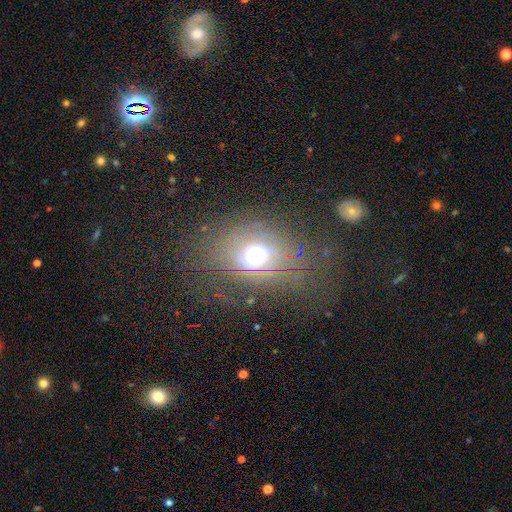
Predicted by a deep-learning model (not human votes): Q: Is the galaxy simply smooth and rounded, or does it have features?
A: smooth — 46%.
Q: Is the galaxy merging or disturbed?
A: none — 61%.